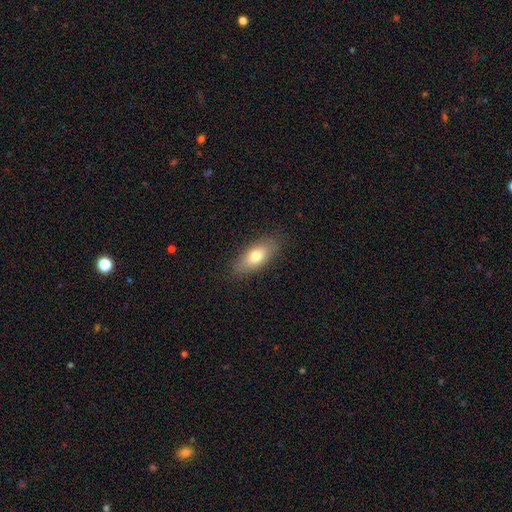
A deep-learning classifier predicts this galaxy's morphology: Q: Smooth or featured?
A: smooth (73%); runner-up: featured or disk (20%)
Q: How rounded?
A: in between (81%); runner-up: cigar-shaped (16%)
Q: Merging?
A: none (85%); runner-up: minor disturbance (11%)